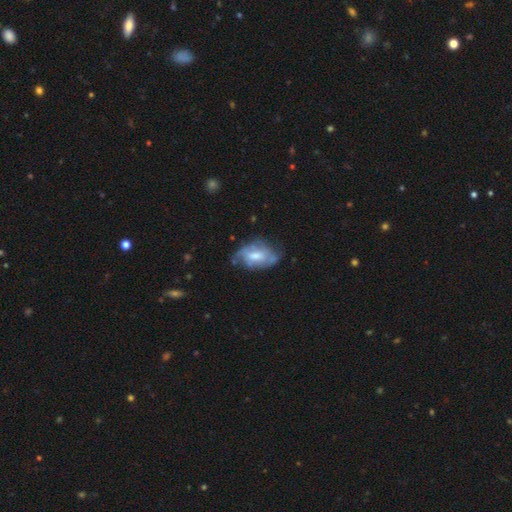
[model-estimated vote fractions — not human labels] A featured or disk galaxy (55%) with no bar (49%), spiral arms (56%) and a moderate central bulge (54%).

Vote fractions:
- Smooth or featured? featured or disk: 55% / smooth: 38% / star or artifact: 7%
- Edge-on disk? no: 94% / yes: 6%
- Bar? no: 49% / weak: 40% / strong: 11%
- Spiral arms? yes: 56% / no: 44%
- Bulge size? moderate: 54% / small: 23% / large: 13% / none: 8% / dominant: 1%
- Merging? none: 47% / minor disturbance: 33% / major disturbance: 17% / merger: 3%